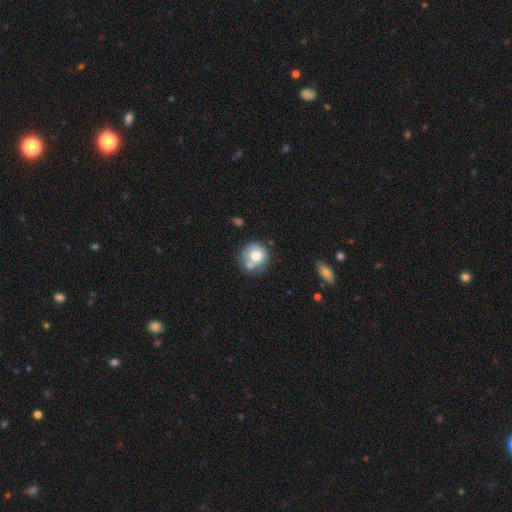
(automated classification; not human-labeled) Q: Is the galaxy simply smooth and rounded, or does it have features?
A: smooth — 68%.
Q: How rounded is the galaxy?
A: round — 86%.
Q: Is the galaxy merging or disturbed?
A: none — 46%.